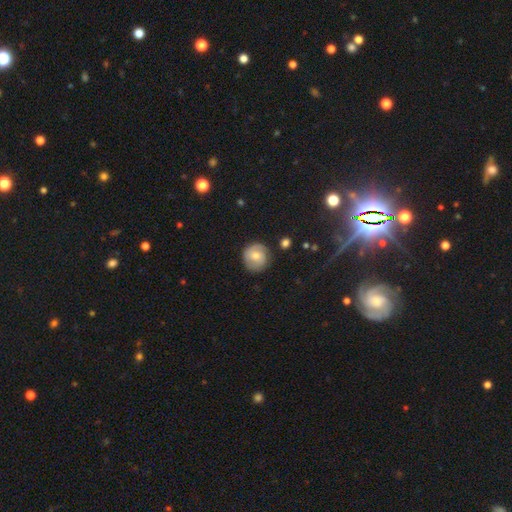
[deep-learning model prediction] smooth_or_featured: smooth (p=0.58) [alt: featured or disk p=0.34]
how_rounded: round (p=0.91) [alt: in between p=0.08]
merging: none (p=0.82) [alt: minor disturbance p=0.13]